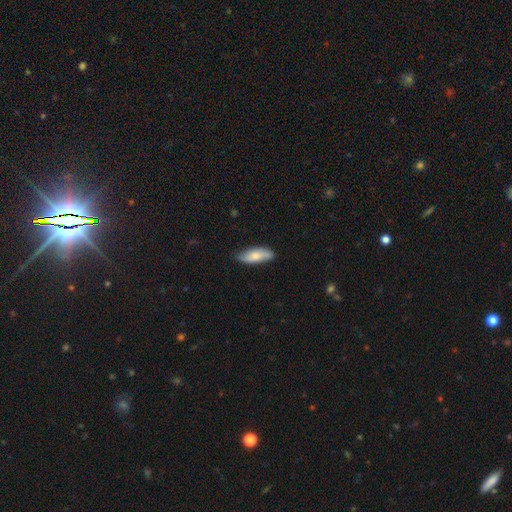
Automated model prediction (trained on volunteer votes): This is likely a smooth galaxy (73%). How rounded: likely in between (72%). Merging: likely none (76%).